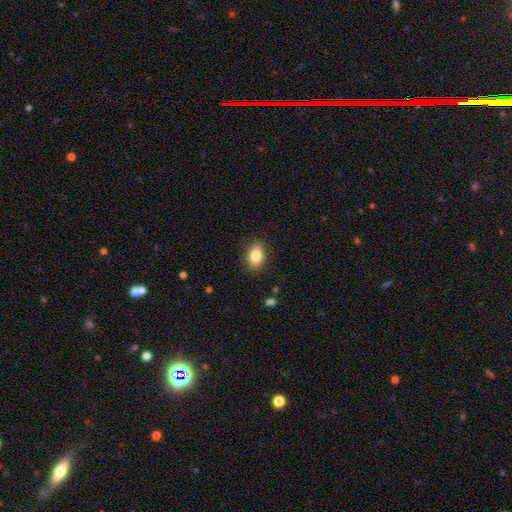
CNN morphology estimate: A smooth galaxy with no disk features (84%) that is in between round and cigar-shaped (86%). Merging: none (85%).